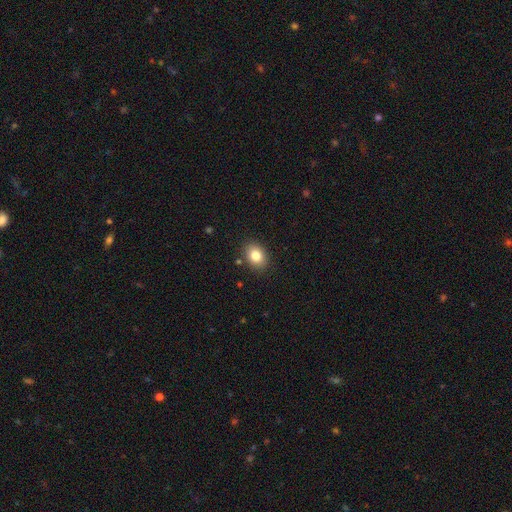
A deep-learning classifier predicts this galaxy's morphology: smooth 83%, star or artifact 9%, featured or disk 7%. Down the decision tree: how rounded — in between (68%); merging — none (87%).